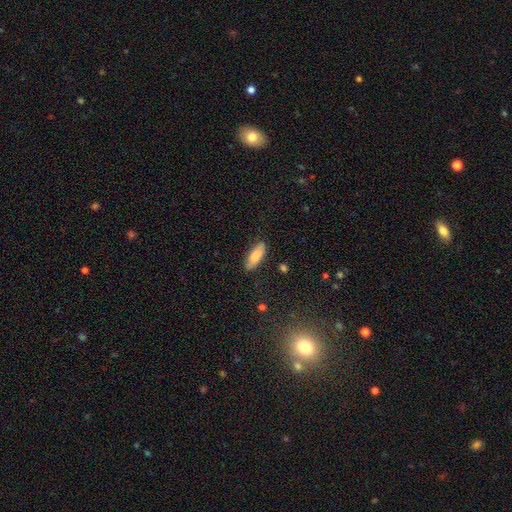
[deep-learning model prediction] Morphology: type=smooth (82%); roundness=in between (72%); merging=none (83%).